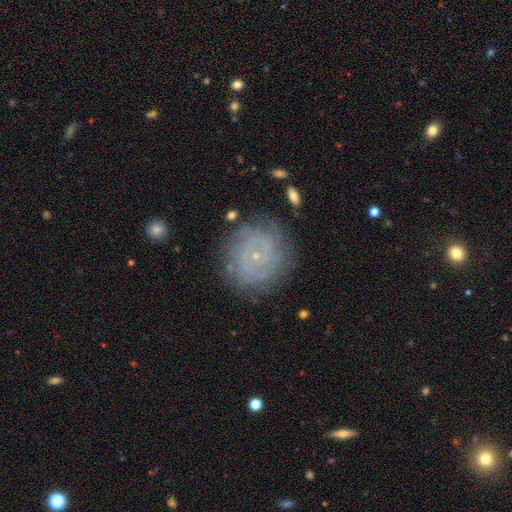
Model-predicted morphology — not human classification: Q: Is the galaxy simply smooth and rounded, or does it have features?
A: featured or disk — 83%.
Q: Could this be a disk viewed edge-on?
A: no — 98%.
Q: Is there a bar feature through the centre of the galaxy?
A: no — 75%.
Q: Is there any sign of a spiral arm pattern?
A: yes — 96%.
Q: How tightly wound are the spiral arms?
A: tight — 79%.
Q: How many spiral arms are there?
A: can't tell — 27%.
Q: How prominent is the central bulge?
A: small — 87%.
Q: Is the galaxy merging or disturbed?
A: none — 80%.